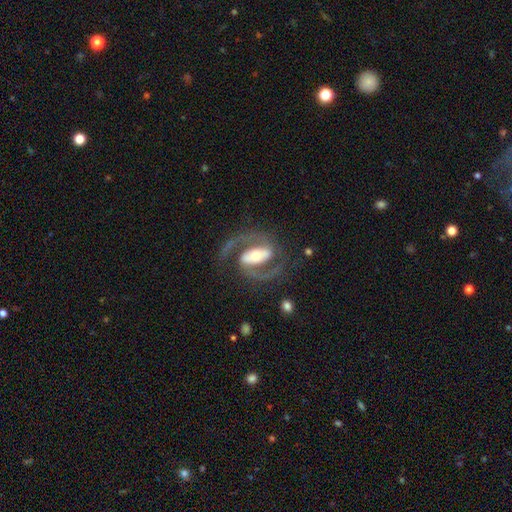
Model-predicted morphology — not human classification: featured or disk 90%, smooth 6%, star or artifact 4%. Down the decision tree: edge-on disk — no (97%); bar — strong (60%); spiral arms — yes (96%); spiral arm count — 2 (93%); spiral winding — medium (60%); bulge size — moderate (58%); merging — none (75%).